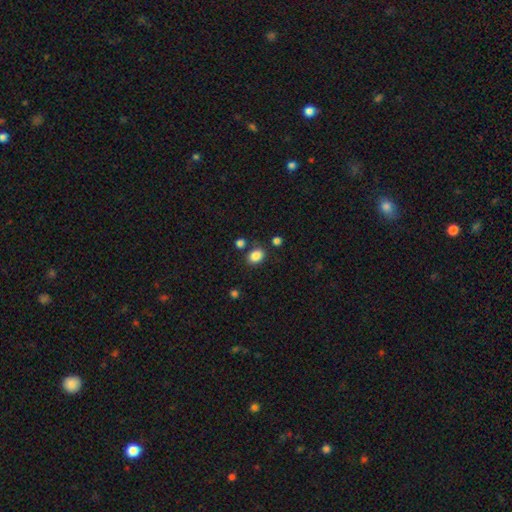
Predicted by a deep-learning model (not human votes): This appears to be a smooth galaxy with no disk features (86%) that is in between round and cigar-shaped (58%). Merging: none (78%).